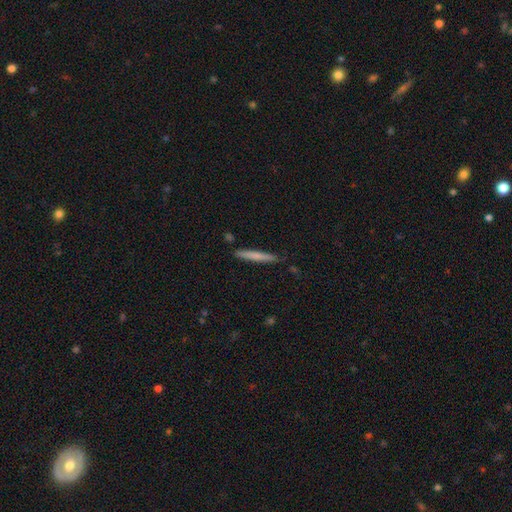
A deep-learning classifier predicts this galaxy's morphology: Smooth or featured: smooth — 70% (featured or disk — 24%)
How rounded: cigar-shaped — 96% (in between — 3%)
Merging: none — 87% (minor disturbance — 9%)